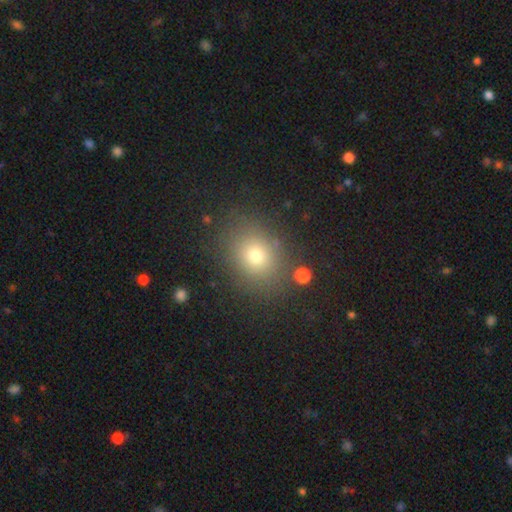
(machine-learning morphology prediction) Smooth or featured? smooth (72%)
How rounded? round (60%)
Merging? none (82%)